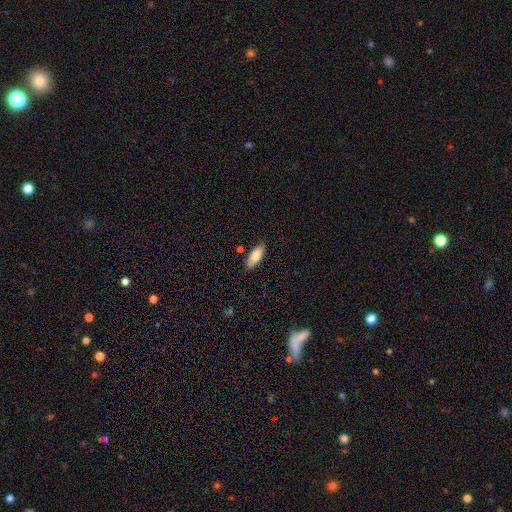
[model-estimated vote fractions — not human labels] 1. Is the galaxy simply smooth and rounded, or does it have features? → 84% smooth, 9% featured or disk, 7% star or artifact.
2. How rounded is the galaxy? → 84% in between, 15% cigar-shaped, 2% round.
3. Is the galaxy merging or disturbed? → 80% none, 15% minor disturbance, 2% major disturbance, 2% merger.